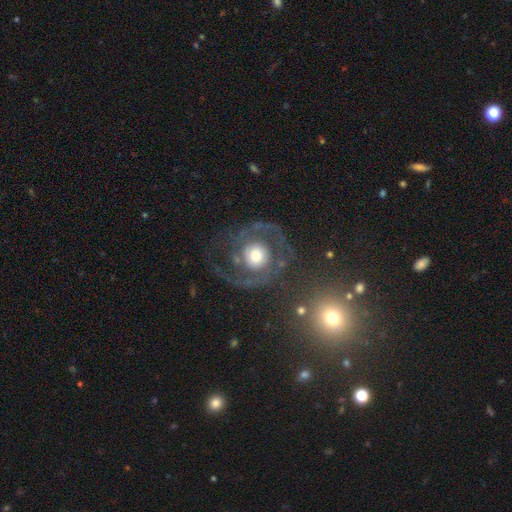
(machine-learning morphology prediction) Overall: featured or disk (78%). Edge-on disk: no (98%). Bar: no (78%). Spiral arms: yes (87%). Spiral arm count: 2 (73%). Spiral winding: medium (45%; tight 33%). Bulge size: moderate (47%; large 33%). Merging: none (62%).